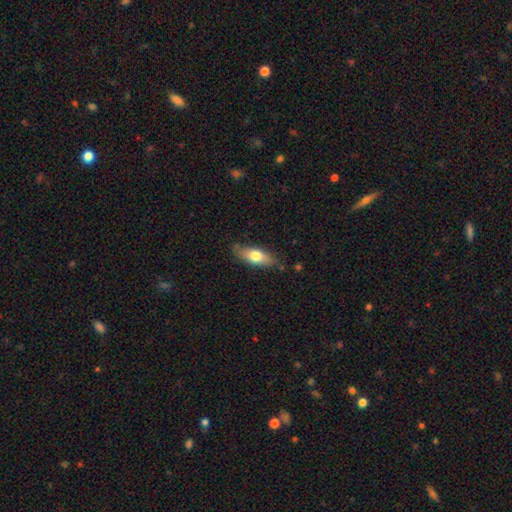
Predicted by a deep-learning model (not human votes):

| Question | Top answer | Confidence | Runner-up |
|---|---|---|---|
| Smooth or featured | smooth | 68% | featured or disk (26%) |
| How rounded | in between | 71% | cigar-shaped (26%) |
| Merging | none | 78% | minor disturbance (17%) |